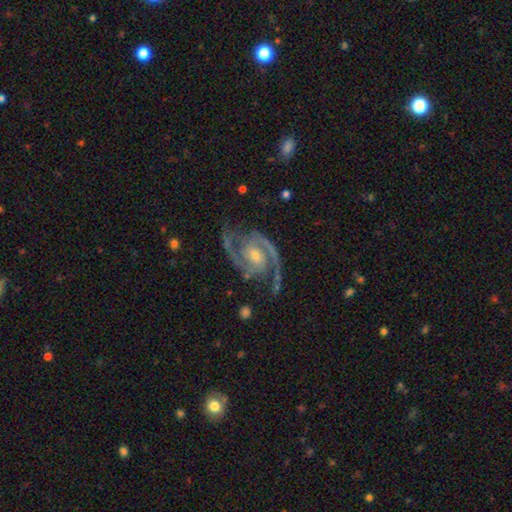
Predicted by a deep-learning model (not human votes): Q: Smooth or featured?
A: featured or disk (94%); runner-up: star or artifact (4%)
Q: Edge-on disk?
A: no (98%); runner-up: yes (2%)
Q: Bar?
A: no (48%); runner-up: weak (38%)
Q: Spiral arms?
A: yes (99%); runner-up: no (1%)
Q: Spiral winding?
A: medium (60%); runner-up: tight (30%)
Q: Spiral arm count?
A: 2 (92%); runner-up: 3 (3%)
Q: Bulge size?
A: small (48%); runner-up: moderate (46%)
Q: Merging?
A: none (77%); runner-up: minor disturbance (15%)